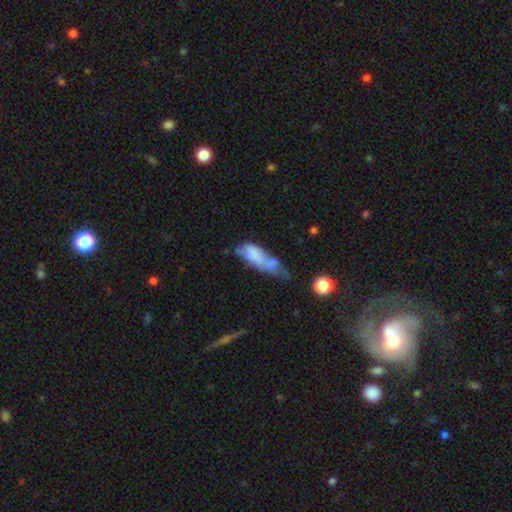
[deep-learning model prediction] This appears to be a smooth galaxy with no disk features (55%) that is in between round and cigar-shaped (62%). Merging: major disturbance (29%).